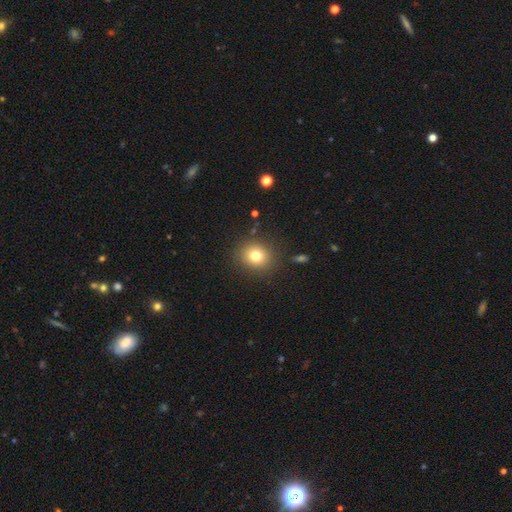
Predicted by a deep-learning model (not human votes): A smooth galaxy with no disk features (78%) that is round (76%).

Vote fractions:
- Smooth or featured? smooth: 78% / star or artifact: 12% / featured or disk: 10%
- How rounded? round: 76% / in between: 24% / cigar-shaped: 1%
- Merging? none: 86% / minor disturbance: 9% / major disturbance: 3% / merger: 2%